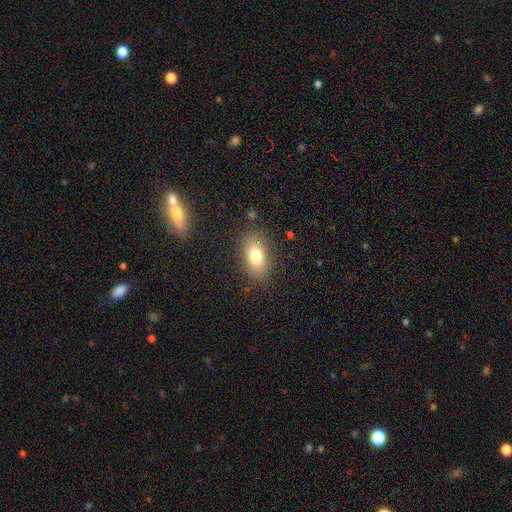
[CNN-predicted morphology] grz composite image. It shows a smooth galaxy with no disk features (77%) that is in between round and cigar-shaped (87%). Merging: none (84%).